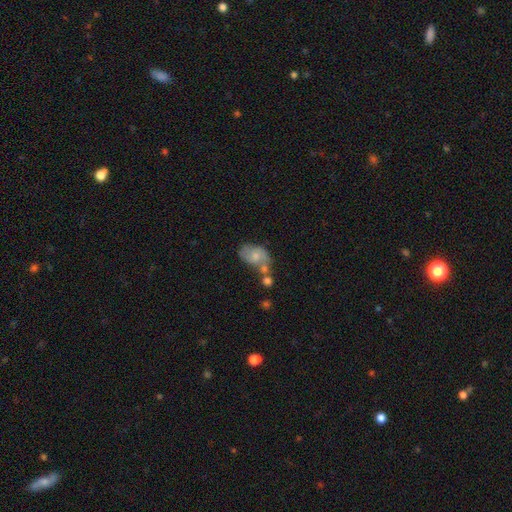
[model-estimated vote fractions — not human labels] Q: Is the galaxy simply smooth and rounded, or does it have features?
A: smooth — 54%.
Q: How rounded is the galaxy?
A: in between — 84%.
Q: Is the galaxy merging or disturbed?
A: merger — 33%.